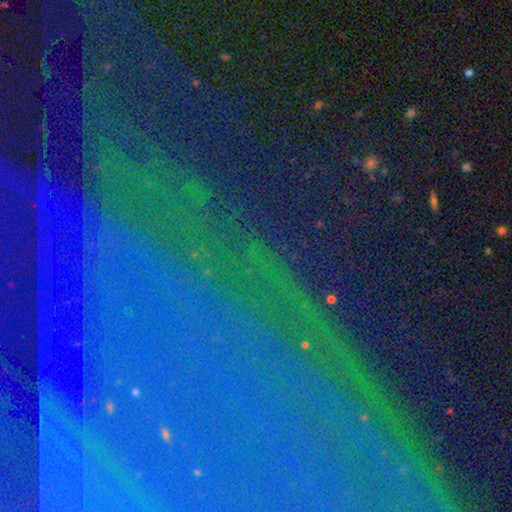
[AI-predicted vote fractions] The model was most divided on "smooth or featured": star or artifact: 84%, featured or disk: 8%, smooth: 7%.